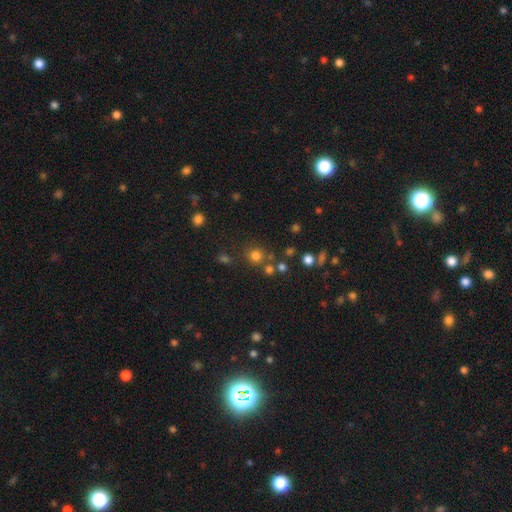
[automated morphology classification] smooth_or_featured: smooth (p=0.74) [alt: star or artifact p=0.19]
how_rounded: round (p=0.89) [alt: in between p=0.10]
merging: none (p=0.73) [alt: merger p=0.13]